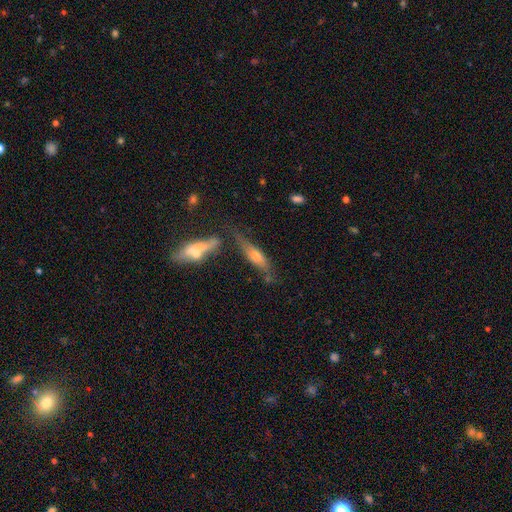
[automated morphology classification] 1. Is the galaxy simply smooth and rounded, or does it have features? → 50% featured or disk, 41% smooth, 9% star or artifact.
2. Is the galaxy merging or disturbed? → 57% none, 20% minor disturbance, 15% merger, 8% major disturbance.